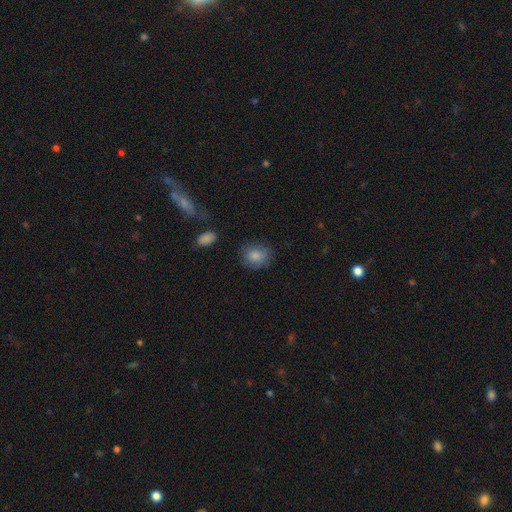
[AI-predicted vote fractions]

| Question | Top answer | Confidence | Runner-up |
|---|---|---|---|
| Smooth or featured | smooth | 85% | star or artifact (8%) |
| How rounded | round | 65% | in between (34%) |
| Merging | none | 77% | minor disturbance (17%) |